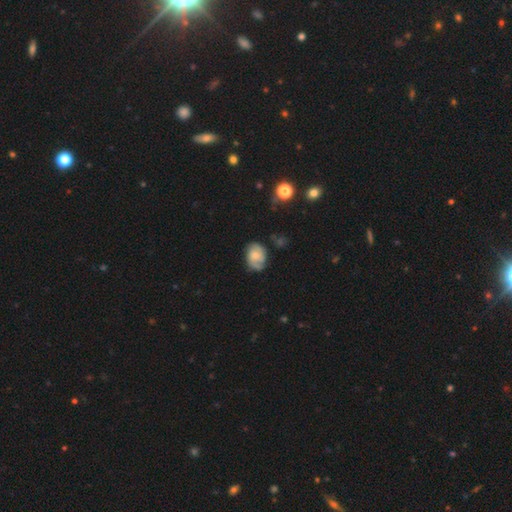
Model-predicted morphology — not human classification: This is possibly a featured or disk galaxy (50%). Merging: likely none (64%).